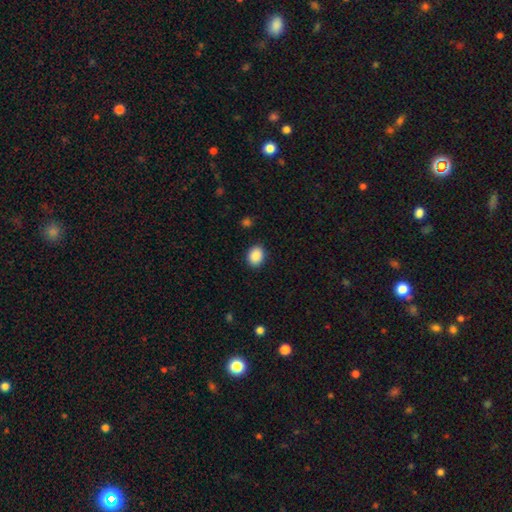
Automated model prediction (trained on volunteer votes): Smooth or featured? Predicted: smooth (p=0.89). How rounded? Predicted: in between (p=0.53). Merging? Predicted: none (p=0.89).